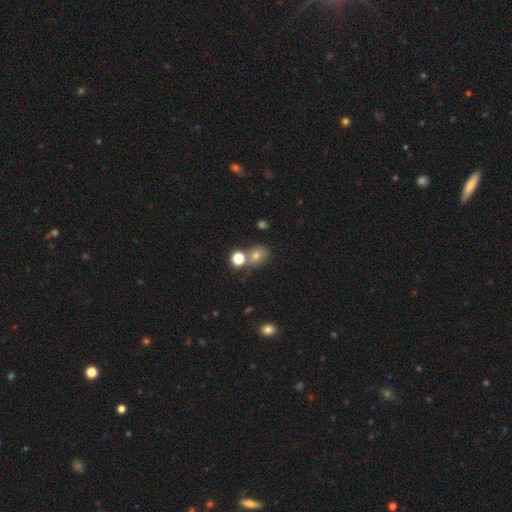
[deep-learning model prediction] Q: Smooth or featured?
A: smooth (72%); runner-up: star or artifact (16%)
Q: How rounded?
A: round (57%); runner-up: in between (42%)
Q: Merging?
A: none (54%); runner-up: merger (27%)